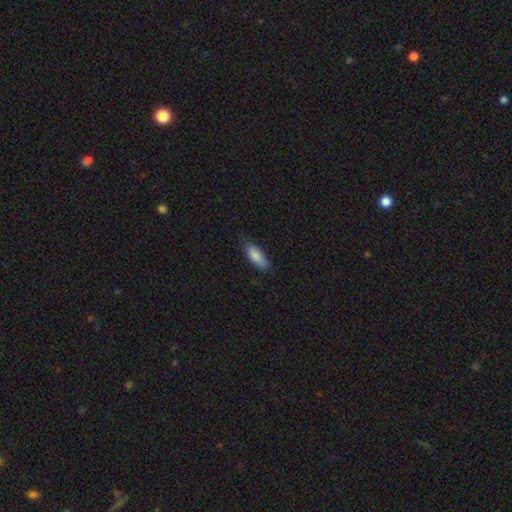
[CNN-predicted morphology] smooth 85%, featured or disk 9%, star or artifact 6%. Down the decision tree: how rounded — in between (72%); merging — none (73%).